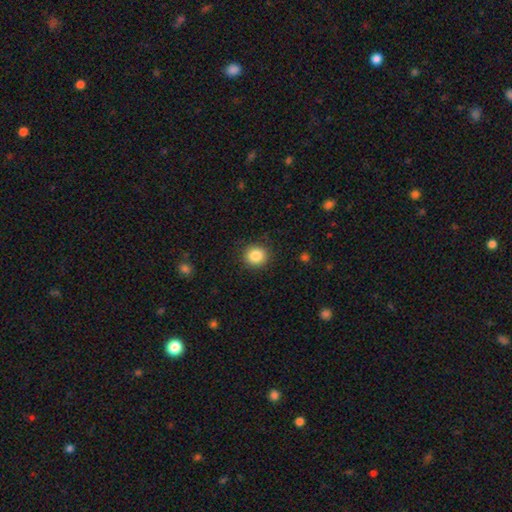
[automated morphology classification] Smooth or featured: smooth — 86% (star or artifact — 10%)
How rounded: round — 88% (in between — 11%)
Merging: none — 90% (minor disturbance — 7%)